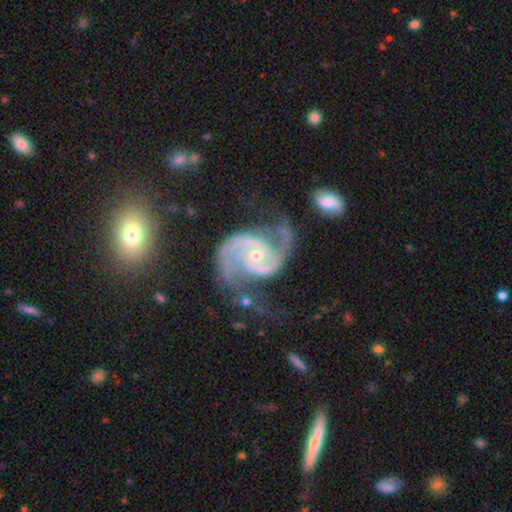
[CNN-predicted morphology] This appears to be a featured or disk galaxy (93%) with no bar (56%), 2 (89%) medium (57%) spiral arms (98%) and a small central bulge (66%). Merging: none (56%).